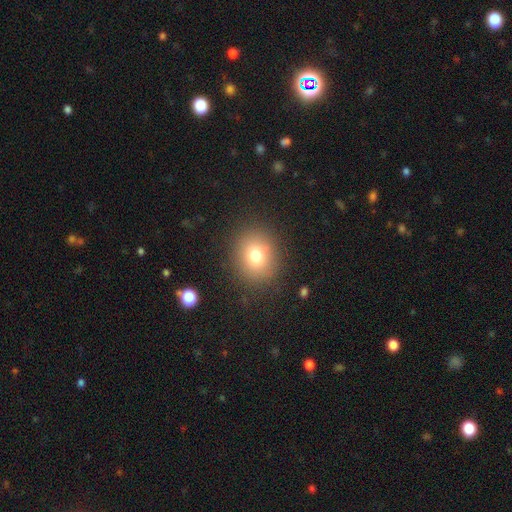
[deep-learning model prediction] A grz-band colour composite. It shows a smooth galaxy with no disk features (76%) that is round (69%). Merging: none (86%).